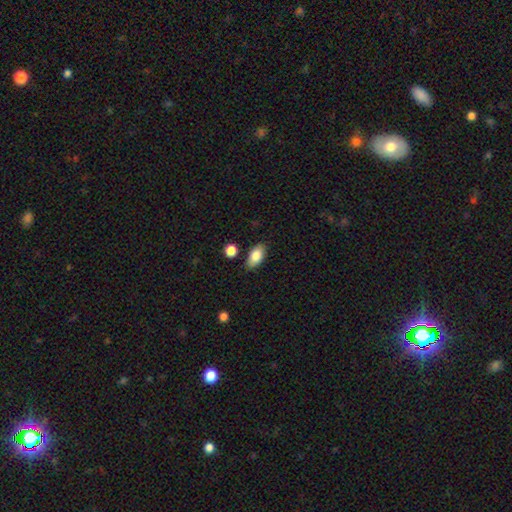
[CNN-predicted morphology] Smooth or featured? smooth (83%)
How rounded? in between (91%)
Merging? none (84%)